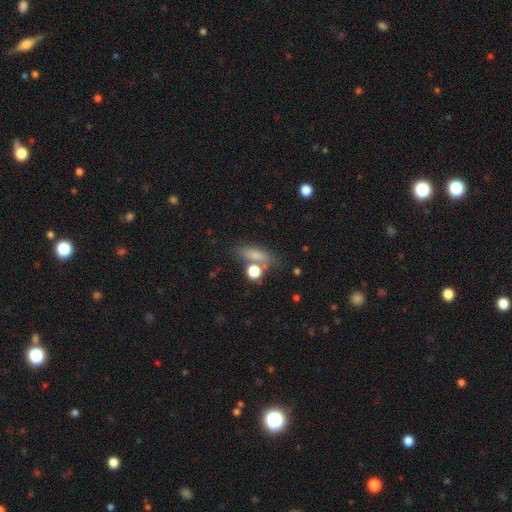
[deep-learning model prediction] This is likely a smooth galaxy (74%). How rounded: possibly in between (55%). Merging: likely none (61%).